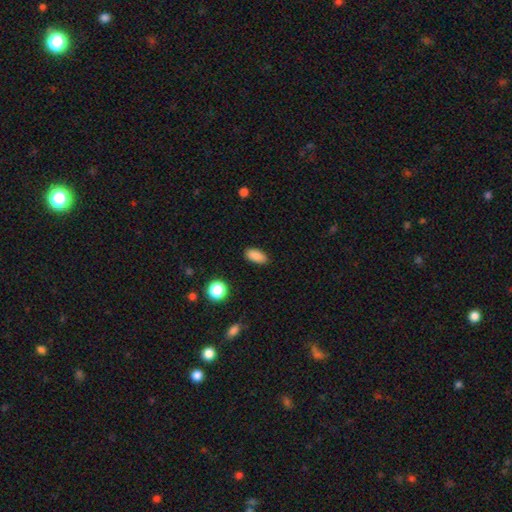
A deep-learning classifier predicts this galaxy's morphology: Q: Smooth or featured?
A: smooth (87%); runner-up: star or artifact (9%)
Q: How rounded?
A: in between (89%); runner-up: cigar-shaped (7%)
Q: Merging?
A: none (88%); runner-up: minor disturbance (9%)